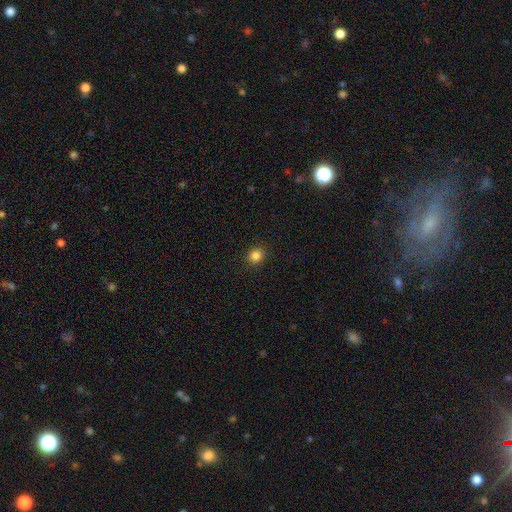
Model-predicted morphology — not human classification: This is clearly a smooth galaxy (84%). How rounded: clearly round (87%). Merging: clearly none (92%).